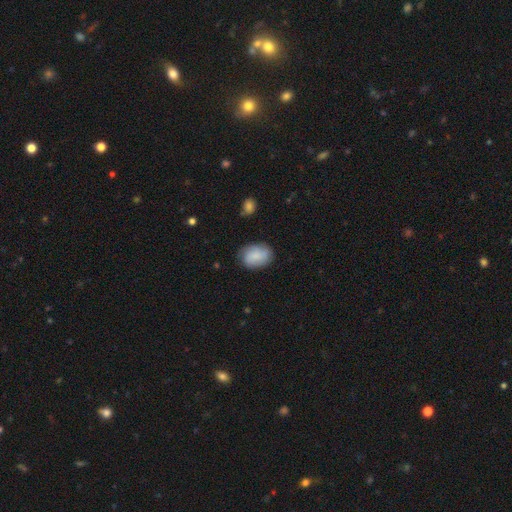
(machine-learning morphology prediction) The model was most divided on "how rounded": in between: 75%, round: 24%, cigar-shaped: 1%. More confident: smooth or featured — smooth (77%); merging — none (74%).